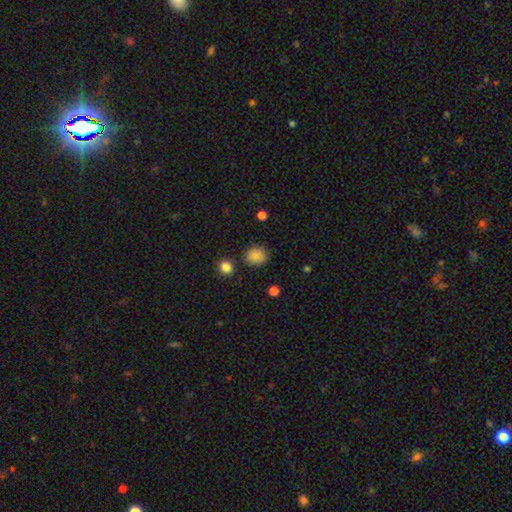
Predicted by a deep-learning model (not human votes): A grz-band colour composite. It shows a smooth galaxy with no disk features (85%) that is round (72%). Merging: none (81%).